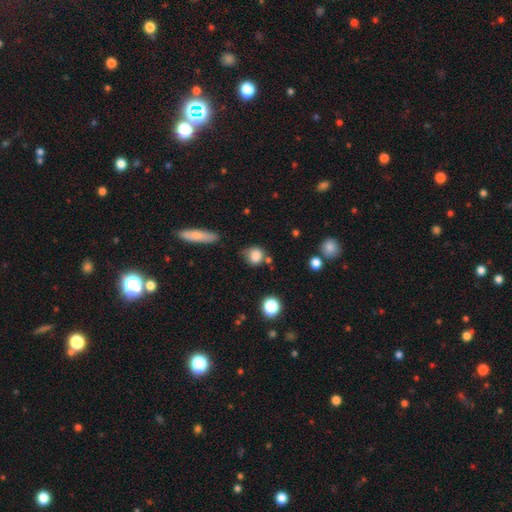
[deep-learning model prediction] Morphology: type=smooth (81%); roundness=round (69%); merging=none (59%).